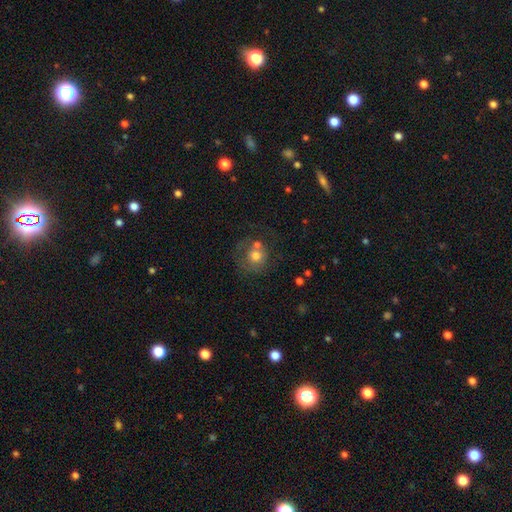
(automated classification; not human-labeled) Smooth or featured? Predicted: smooth (p=0.63). How rounded? Predicted: round (p=0.86). Merging? Predicted: none (p=0.42).